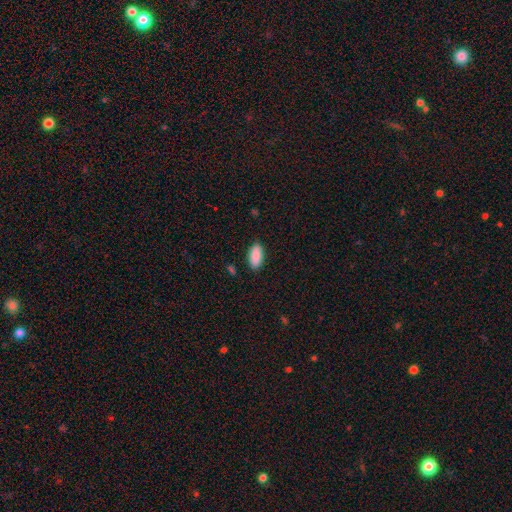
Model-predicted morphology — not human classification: smooth 90%, star or artifact 6%, featured or disk 4%. Down the decision tree: how rounded — in between (90%); merging — none (88%).